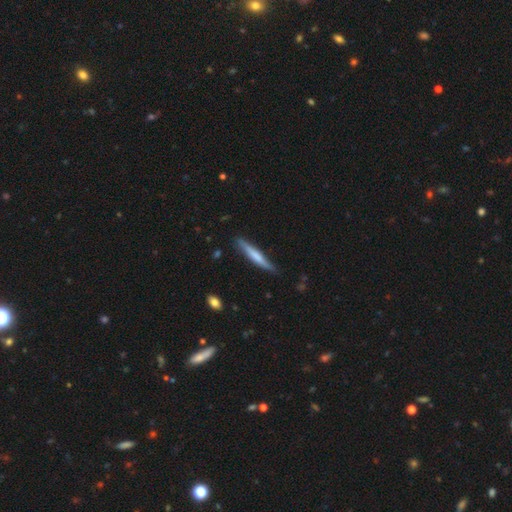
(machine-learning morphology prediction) A smooth galaxy with no disk features (57%) that is cigar-shaped (94%).

Vote fractions:
- Smooth or featured? smooth: 57% / featured or disk: 37% / star or artifact: 5%
- How rounded? cigar-shaped: 94% / in between: 5% / round: 1%
- Merging? none: 83% / minor disturbance: 13% / major disturbance: 2% / merger: 1%